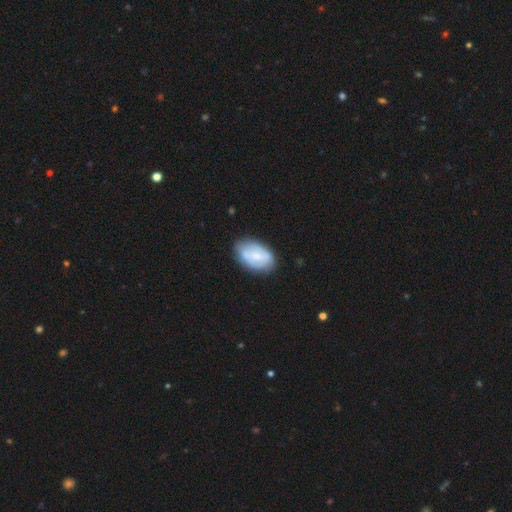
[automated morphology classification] Smooth or featured? smooth (52%)
How rounded? in between (89%)
Merging? none (69%)